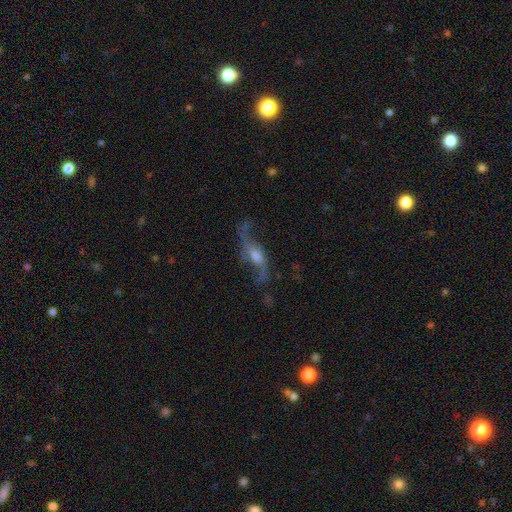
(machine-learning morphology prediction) Smooth or featured: featured or disk — 80% (smooth — 12%)
Edge-on disk: no — 78% (yes — 22%)
Bar: no — 54% (weak — 33%)
Spiral arms: yes — 89% (no — 11%)
Spiral winding: loose — 89% (medium — 8%)
Spiral arm count: 2 — 90% (can't tell — 3%)
Bulge size: moderate — 53% (small — 24%)
Merging: none — 59% (major disturbance — 20%)